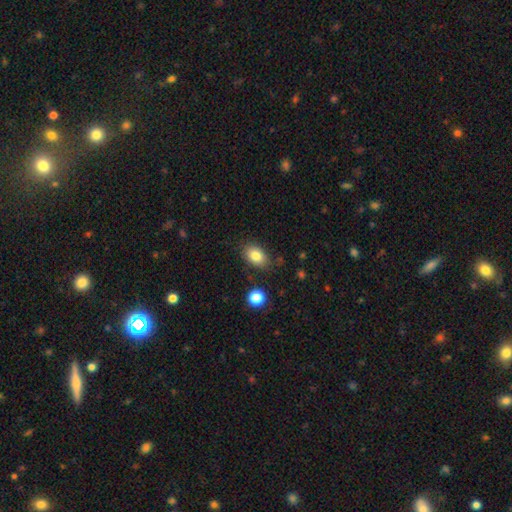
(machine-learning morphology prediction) This appears to be a smooth galaxy with no disk features (83%) that is in between round and cigar-shaped (84%). Merging: none (81%).